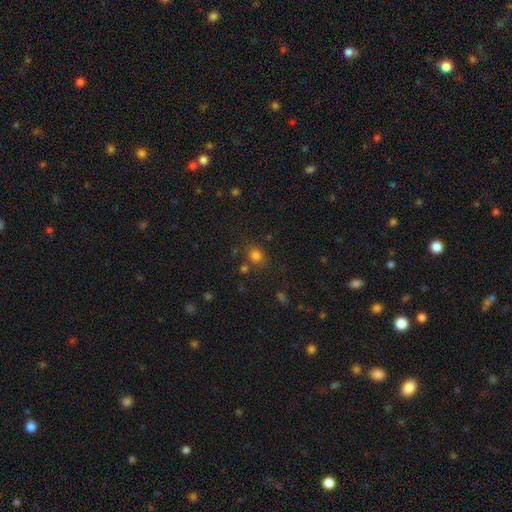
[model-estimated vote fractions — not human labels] Morphology: type=smooth (78%); roundness=round (74%); merging=none (74%).